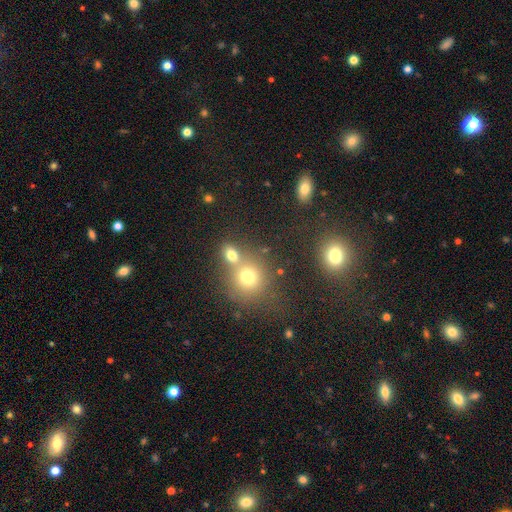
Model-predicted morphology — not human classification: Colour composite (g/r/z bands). It shows a smooth galaxy with no disk features (56%) that is round (84%). Merging: none (62%).